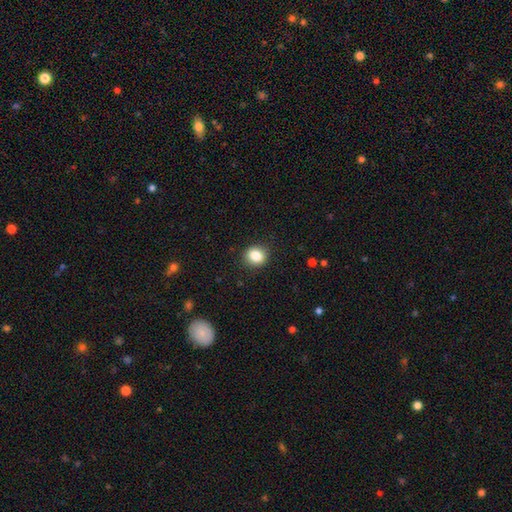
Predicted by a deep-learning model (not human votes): Smooth or featured? Predicted: smooth (p=0.85). How rounded? Predicted: round (p=0.73). Merging? Predicted: none (p=0.89).